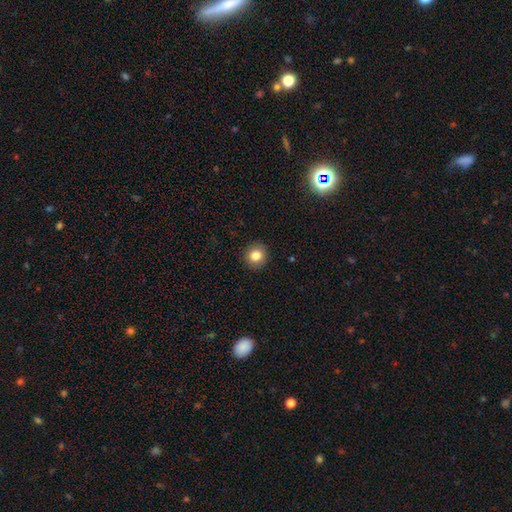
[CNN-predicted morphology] Overall: smooth (83%). How rounded: round (90%). Merging: none (92%).